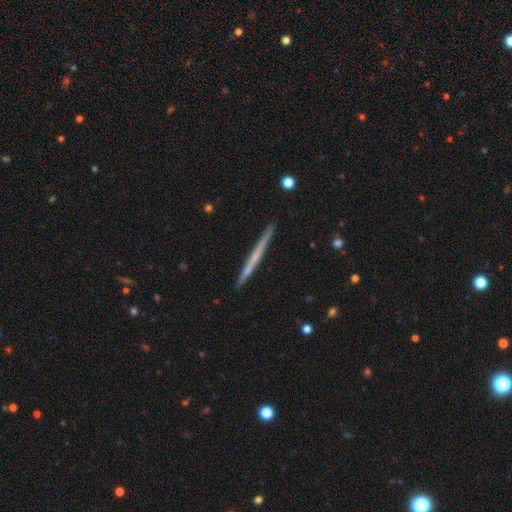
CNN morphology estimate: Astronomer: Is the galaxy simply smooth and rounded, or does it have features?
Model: featured or disk — 49% (runner-up: smooth, 46%).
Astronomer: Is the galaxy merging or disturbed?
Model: none — 90%.